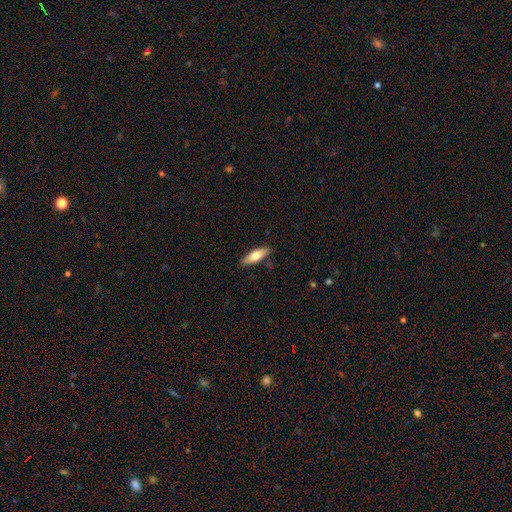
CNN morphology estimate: smooth 68%, featured or disk 26%, star or artifact 6%. Down the decision tree: how rounded — in between (56%); merging — none (85%).